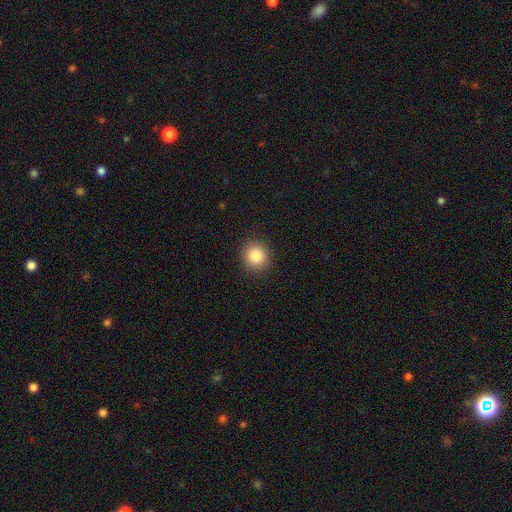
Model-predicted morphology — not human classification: A smooth galaxy with no disk features (86%) that is round (88%).

Vote fractions:
- Smooth or featured? smooth: 86% / star or artifact: 9% / featured or disk: 5%
- How rounded? round: 88% / in between: 11% / cigar-shaped: 1%
- Merging? none: 91% / minor disturbance: 6% / major disturbance: 2% / merger: 1%